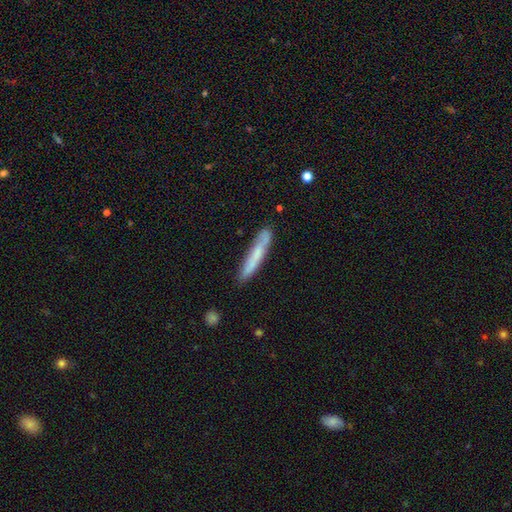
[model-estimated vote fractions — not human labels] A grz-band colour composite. It shows a smooth galaxy with no disk features (62%) that is cigar-shaped (94%). Merging: none (78%).